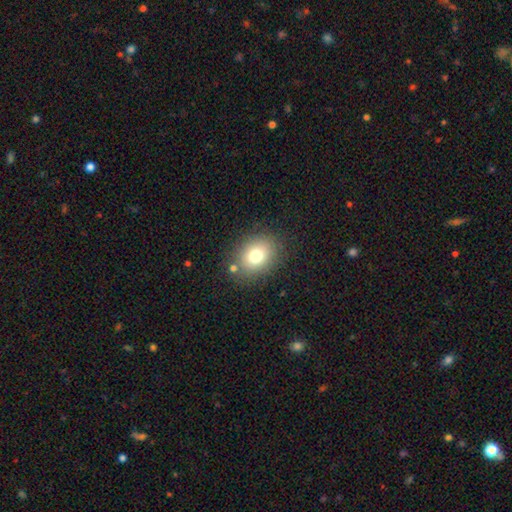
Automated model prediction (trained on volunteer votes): This appears to be a smooth galaxy with no disk features (76%) that is in between round and cigar-shaped (51%). Merging: none (81%).